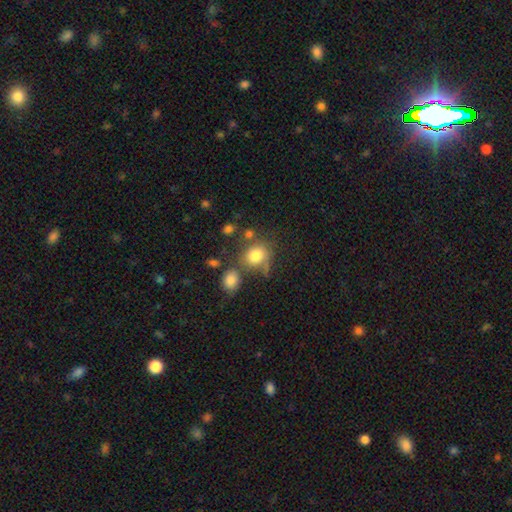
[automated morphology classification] A smooth galaxy with no disk features (77%) that is round (63%).

Vote fractions:
- Smooth or featured? smooth: 77% / featured or disk: 12% / star or artifact: 11%
- How rounded? round: 63% / in between: 36% / cigar-shaped: 1%
- Merging? none: 53% / merger: 19% / minor disturbance: 18% / major disturbance: 10%